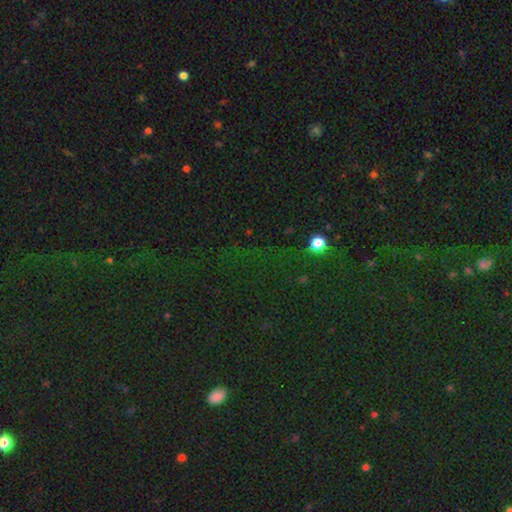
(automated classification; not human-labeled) Smooth or featured?
  - star or artifact: 79% *
  - smooth: 14%
  - featured or disk: 7%